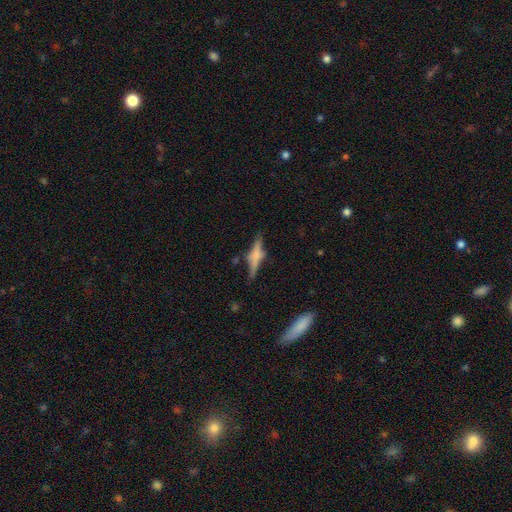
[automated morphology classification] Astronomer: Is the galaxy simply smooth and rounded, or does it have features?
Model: featured or disk — 53% (runner-up: smooth, 39%).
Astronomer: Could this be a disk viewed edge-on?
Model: yes — 93%.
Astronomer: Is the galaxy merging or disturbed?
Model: none — 68%.